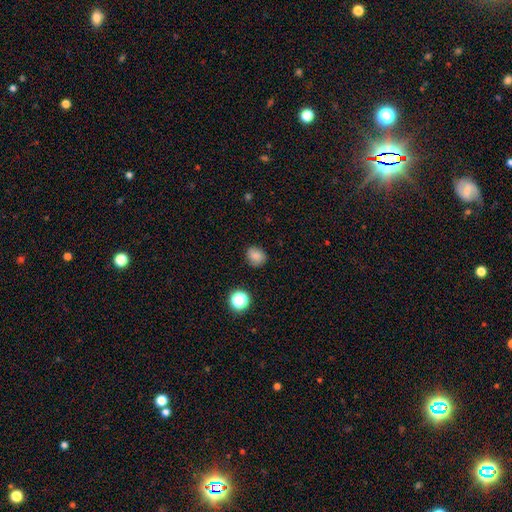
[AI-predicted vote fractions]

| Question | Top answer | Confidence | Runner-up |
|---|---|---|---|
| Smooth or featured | smooth | 82% | star or artifact (12%) |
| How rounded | round | 71% | in between (28%) |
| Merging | none | 84% | minor disturbance (12%) |